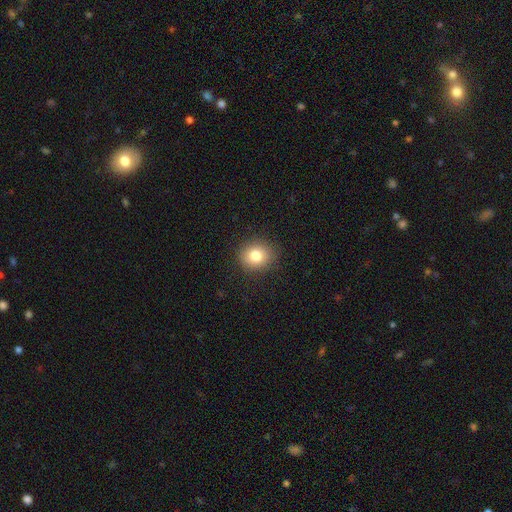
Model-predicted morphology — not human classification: Q: Smooth or featured?
A: smooth (80%); runner-up: star or artifact (11%)
Q: How rounded?
A: round (77%); runner-up: in between (22%)
Q: Merging?
A: none (88%); runner-up: minor disturbance (8%)